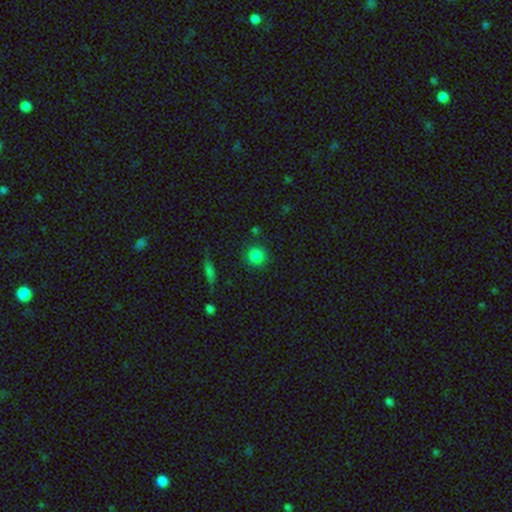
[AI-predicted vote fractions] Smooth or featured? Predicted: smooth (p=0.83). How rounded? Predicted: round (p=0.91). Merging? Predicted: none (p=0.85).